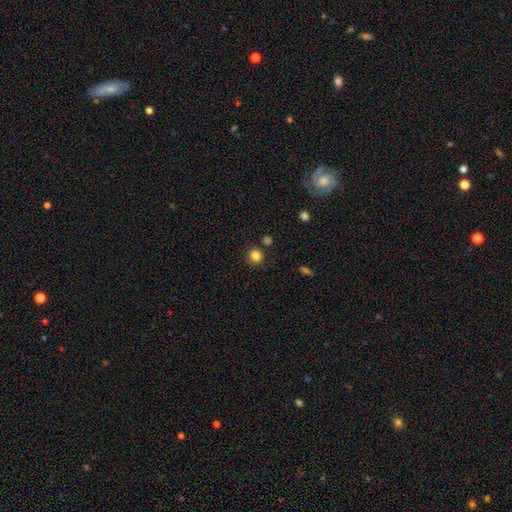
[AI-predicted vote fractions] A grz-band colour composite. It shows a smooth galaxy with no disk features (84%) that is round (89%). Merging: none (83%).